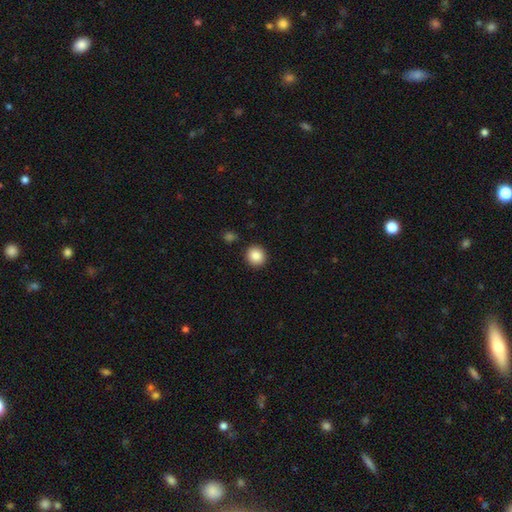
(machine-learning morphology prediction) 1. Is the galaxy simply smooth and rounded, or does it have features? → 87% smooth, 9% star or artifact, 5% featured or disk.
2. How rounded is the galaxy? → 91% round, 8% in between, 1% cigar-shaped.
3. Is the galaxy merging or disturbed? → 90% none, 6% minor disturbance, 2% merger, 2% major disturbance.